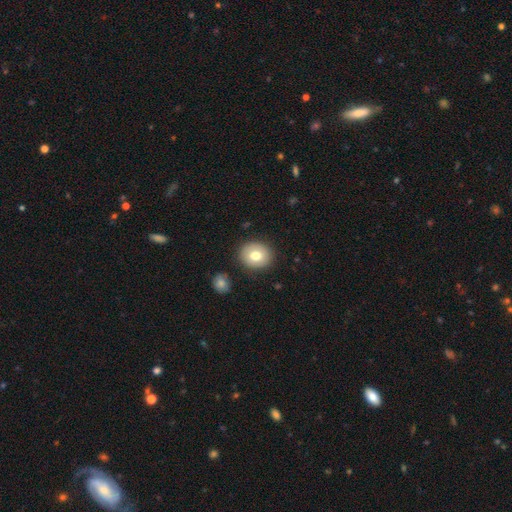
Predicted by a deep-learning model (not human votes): Morphology: type=smooth (75%); roundness=round (76%); merging=none (87%).